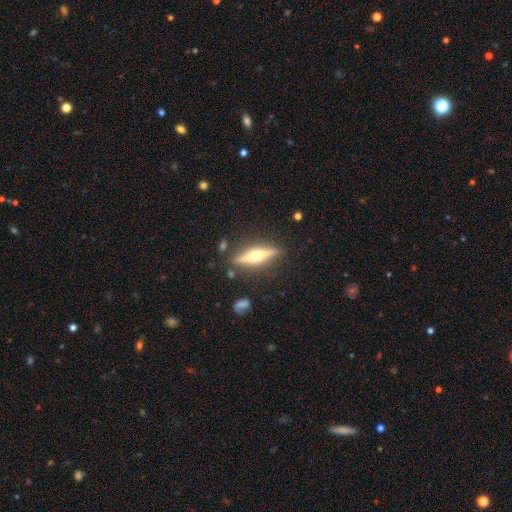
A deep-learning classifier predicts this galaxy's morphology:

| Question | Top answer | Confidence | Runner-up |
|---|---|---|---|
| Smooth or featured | featured or disk | 70% | smooth (24%) |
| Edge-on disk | yes | 96% | no (4%) |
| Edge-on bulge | rounded | 94% | none (3%) |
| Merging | none | 85% | minor disturbance (10%) |